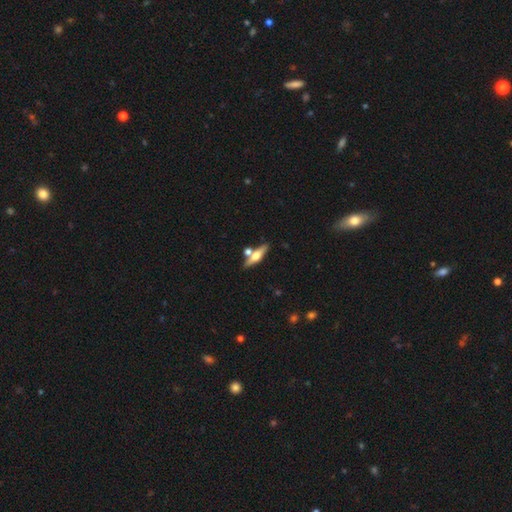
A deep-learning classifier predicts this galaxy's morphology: Smooth or featured? Predicted: featured or disk (p=0.56). Edge-on disk? Predicted: yes (p=0.93). Edge-on bulge? Predicted: rounded (p=0.93). Merging? Predicted: none (p=0.70).